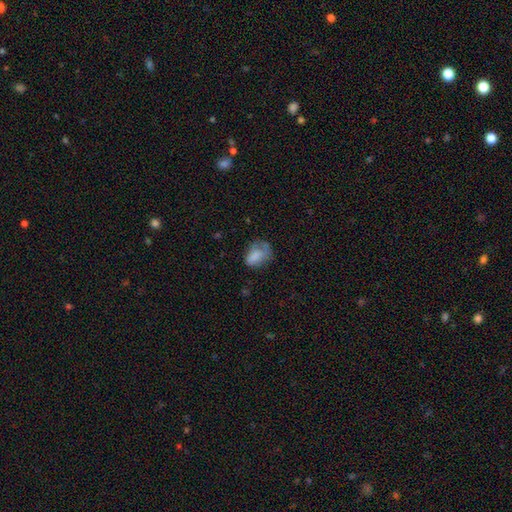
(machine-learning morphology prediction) smooth 75%, featured or disk 15%, star or artifact 10%. Down the decision tree: how rounded — in between (77%); merging — none (39%).